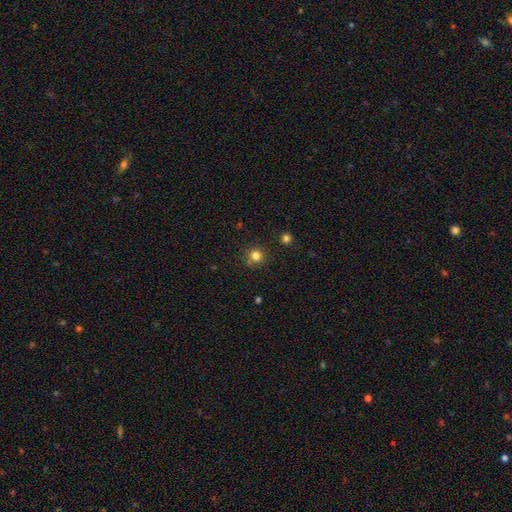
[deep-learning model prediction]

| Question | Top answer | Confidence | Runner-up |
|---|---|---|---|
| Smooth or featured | smooth | 81% | star or artifact (14%) |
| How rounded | round | 93% | in between (6%) |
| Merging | none | 85% | minor disturbance (9%) |